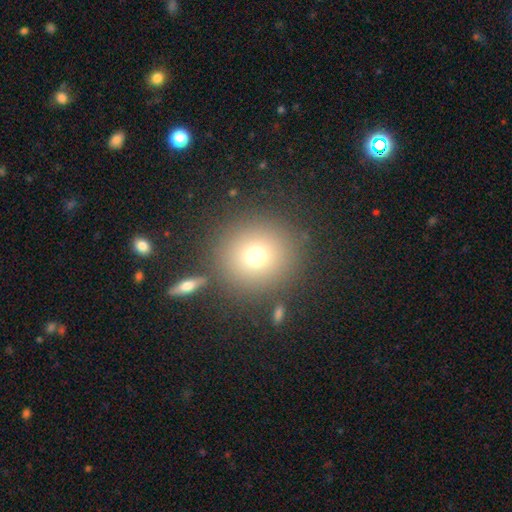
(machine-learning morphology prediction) smooth 71%, star or artifact 16%, featured or disk 13%. Down the decision tree: how rounded — round (92%); merging — none (82%).